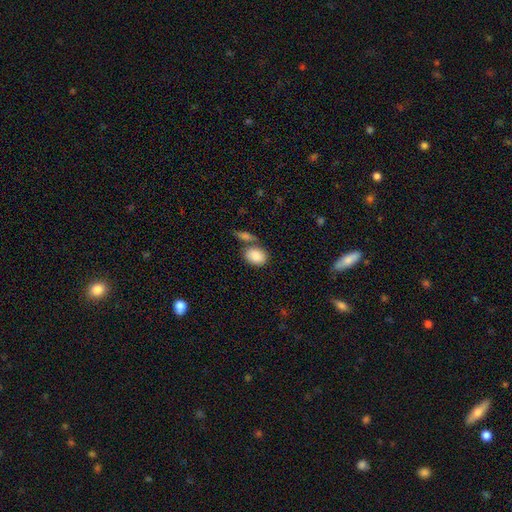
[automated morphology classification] smooth 87%, star or artifact 7%, featured or disk 7%. Down the decision tree: how rounded — in between (71%); merging — none (56%).